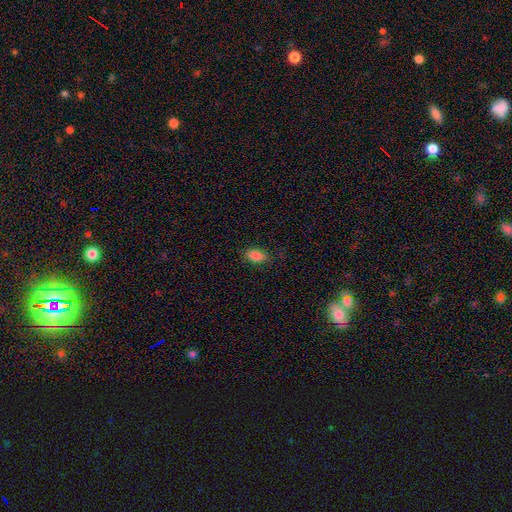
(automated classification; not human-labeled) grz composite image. It shows a smooth galaxy with no disk features (87%) that is in between round and cigar-shaped (90%). Merging: none (82%).